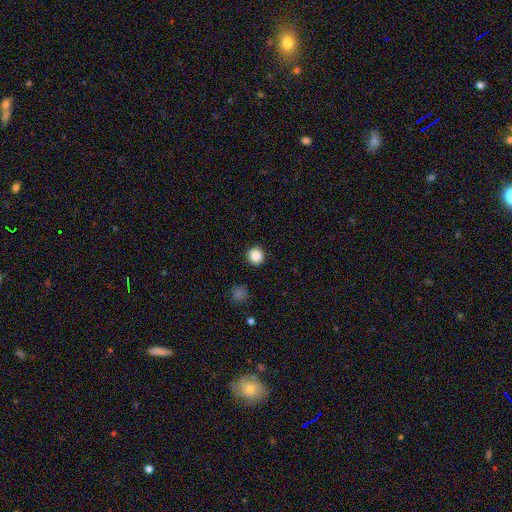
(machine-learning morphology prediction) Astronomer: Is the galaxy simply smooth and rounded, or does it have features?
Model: smooth — 87%.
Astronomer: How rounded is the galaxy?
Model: round — 95%.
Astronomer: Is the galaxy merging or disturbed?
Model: none — 92%.